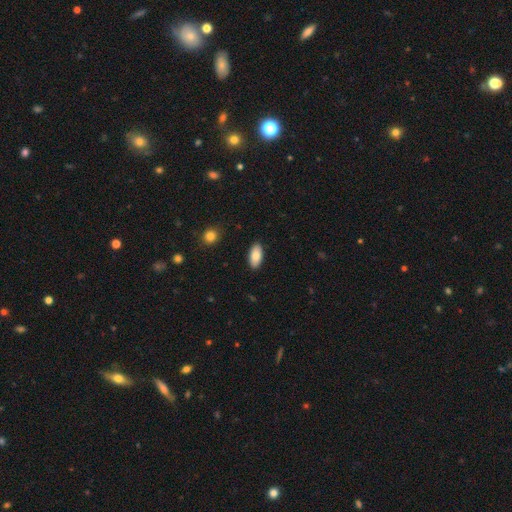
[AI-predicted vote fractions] A smooth galaxy with no disk features (84%) that is in between round and cigar-shaped (91%).

Vote fractions:
- Smooth or featured? smooth: 84% / featured or disk: 9% / star or artifact: 6%
- How rounded? in between: 91% / cigar-shaped: 7% / round: 2%
- Merging? none: 90% / minor disturbance: 8% / major disturbance: 2% / merger: 1%